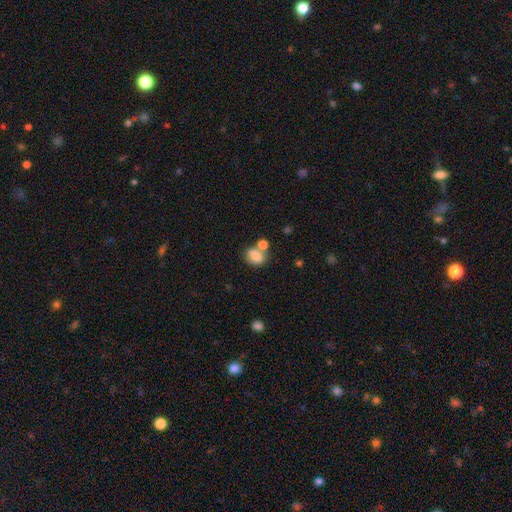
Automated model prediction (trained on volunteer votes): smooth_or_featured: smooth (p=0.80) [alt: featured or disk p=0.10]
how_rounded: in between (p=0.70) [alt: round p=0.28]
merging: none (p=0.45) [alt: merger p=0.35]